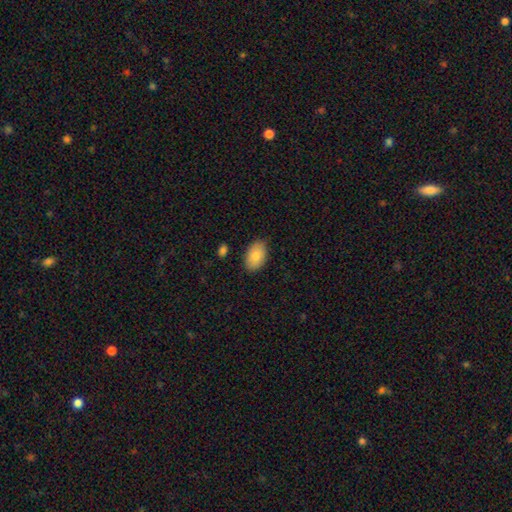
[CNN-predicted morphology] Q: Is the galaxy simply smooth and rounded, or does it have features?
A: smooth — 85%.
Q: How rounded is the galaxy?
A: in between — 92%.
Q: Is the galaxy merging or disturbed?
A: none — 86%.